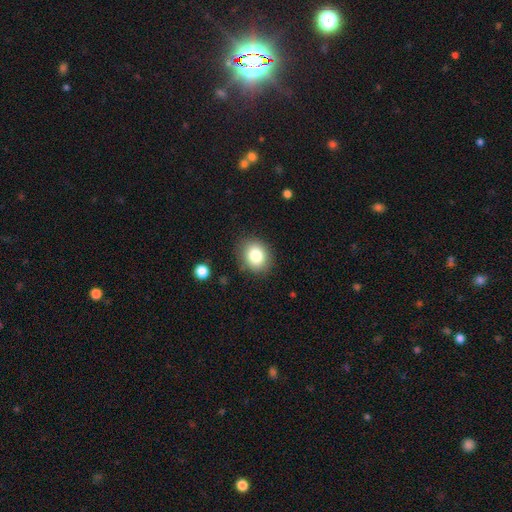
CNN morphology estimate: Smooth or featured? smooth (82%)
How rounded? round (60%)
Merging? none (85%)